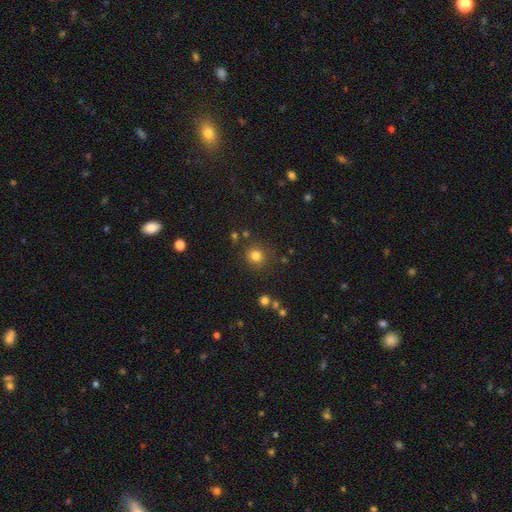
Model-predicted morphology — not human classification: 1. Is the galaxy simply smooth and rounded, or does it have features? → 80% smooth, 15% star or artifact, 5% featured or disk.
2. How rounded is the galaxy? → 90% round, 9% in between, 1% cigar-shaped.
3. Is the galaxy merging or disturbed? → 83% none, 9% minor disturbance, 4% merger, 4% major disturbance.